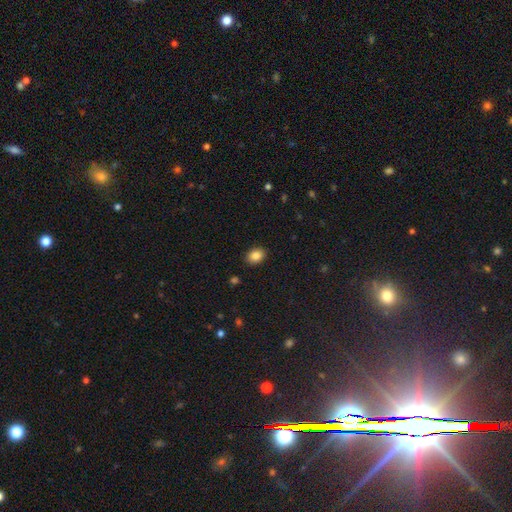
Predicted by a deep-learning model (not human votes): Smooth or featured?
  - smooth: 86% *
  - star or artifact: 9%
  - featured or disk: 5%
How rounded?
  - in between: 69% *
  - round: 30%
  - cigar-shaped: 1%
Merging?
  - none: 89% *
  - minor disturbance: 8%
  - major disturbance: 2%
  - merger: 1%